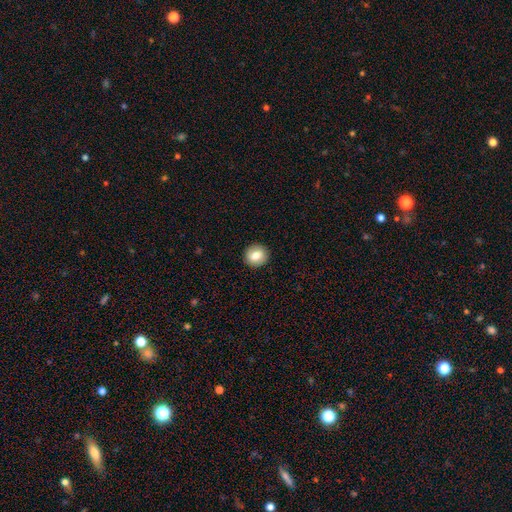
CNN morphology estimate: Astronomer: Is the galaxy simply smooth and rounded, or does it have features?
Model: smooth — 80%.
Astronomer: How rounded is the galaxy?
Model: round — 89%.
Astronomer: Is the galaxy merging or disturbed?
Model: none — 92%.